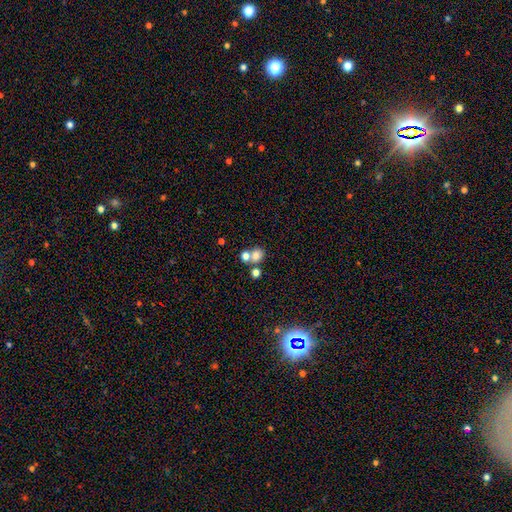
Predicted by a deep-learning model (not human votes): Overall: smooth (74%). How rounded: round (69%; in between 30%). Merging: merger (46%; none 43%).